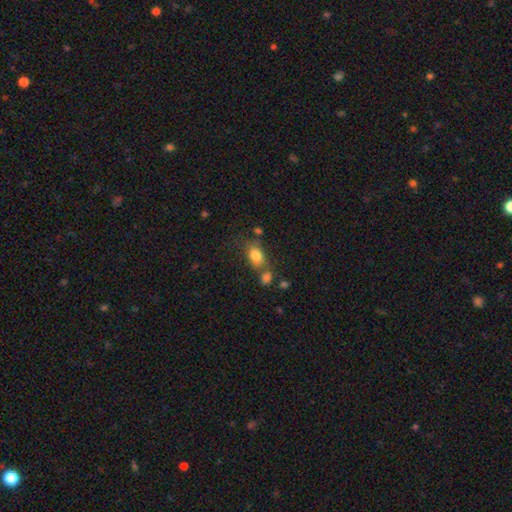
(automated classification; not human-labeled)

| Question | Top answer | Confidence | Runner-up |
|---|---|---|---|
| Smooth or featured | smooth | 81% | star or artifact (10%) |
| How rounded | in between | 75% | round (23%) |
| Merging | none | 59% | merger (18%) |